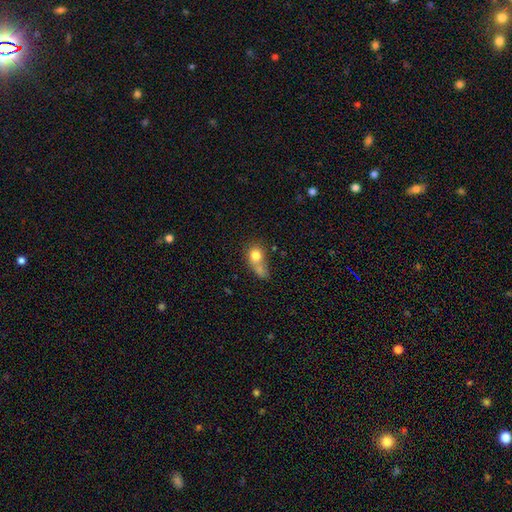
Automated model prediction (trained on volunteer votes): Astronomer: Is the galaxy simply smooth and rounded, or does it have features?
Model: smooth — 75%.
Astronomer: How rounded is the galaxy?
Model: round — 65%.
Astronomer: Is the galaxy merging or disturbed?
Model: merger — 51% (runner-up: none, 26%).